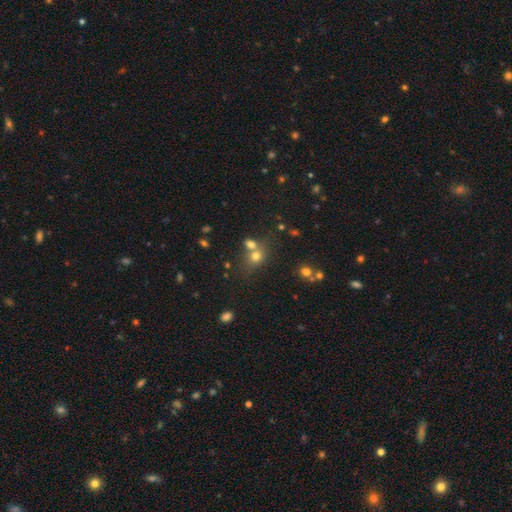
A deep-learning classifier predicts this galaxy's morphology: Smooth or featured?
  - smooth: 68% *
  - star or artifact: 18%
  - featured or disk: 14%
How rounded?
  - round: 65% *
  - in between: 34%
  - cigar-shaped: 1%
Merging?
  - merger: 45% *
  - none: 42%
  - minor disturbance: 9%
  - major disturbance: 4%